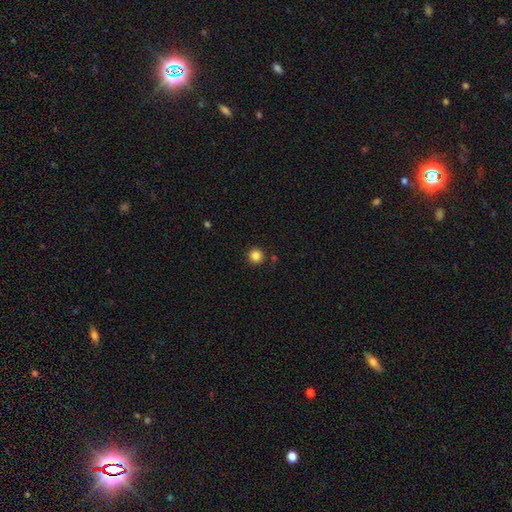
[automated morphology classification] A smooth galaxy with no disk features (85%) that is round (95%). Merging: none (88%).